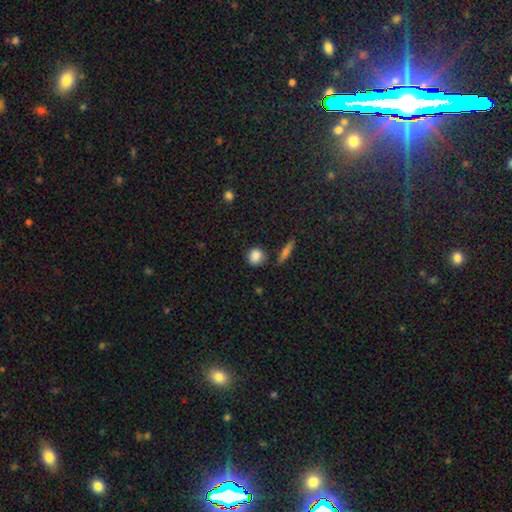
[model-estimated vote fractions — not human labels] Q: Smooth or featured?
A: smooth (86%); runner-up: star or artifact (9%)
Q: How rounded?
A: round (85%); runner-up: in between (13%)
Q: Merging?
A: none (80%); runner-up: minor disturbance (13%)